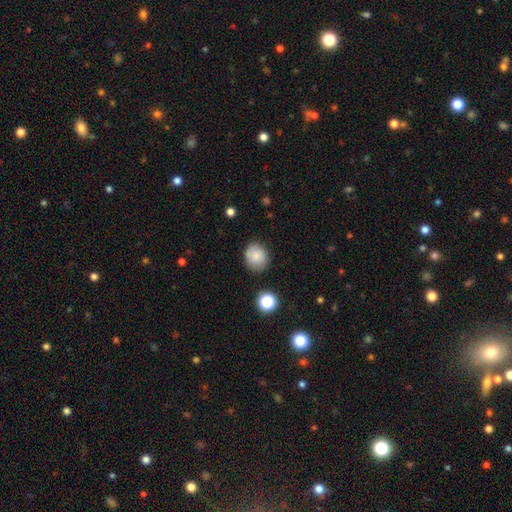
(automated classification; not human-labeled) smooth 80%, featured or disk 10%, star or artifact 10%. Down the decision tree: how rounded — round (78%); merging — none (81%).